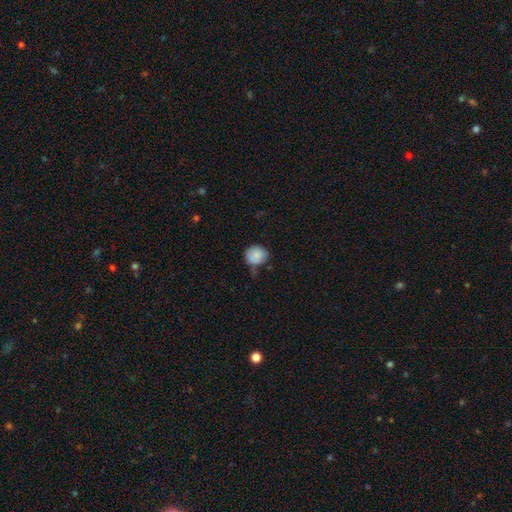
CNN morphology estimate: The model was most divided on "merging": none: 56%, minor disturbance: 33%, major disturbance: 7%, merger: 5%. More confident: smooth or featured — smooth (83%); how rounded — round (77%).